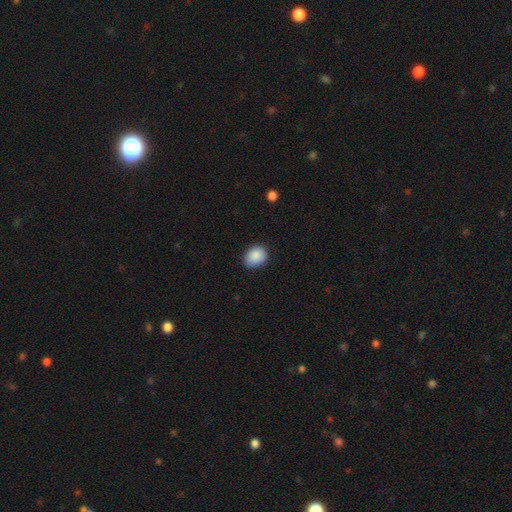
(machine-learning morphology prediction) This appears to be a smooth galaxy with no disk features (88%) that is in between round and cigar-shaped (53%). Merging: none (78%).